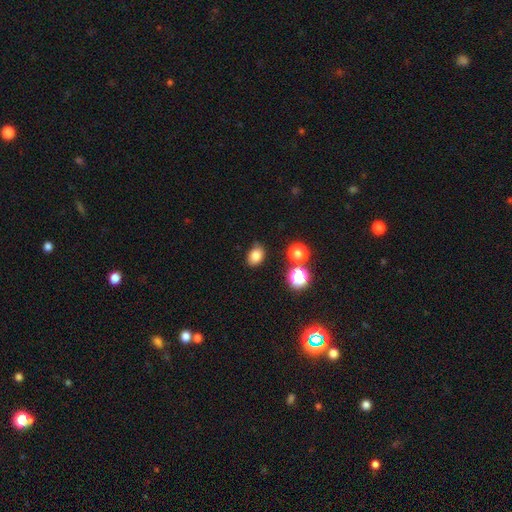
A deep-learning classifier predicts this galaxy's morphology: A smooth galaxy with no disk features (81%) that is in between round and cigar-shaped (68%).

Vote fractions:
- Smooth or featured? smooth: 81% / star or artifact: 13% / featured or disk: 6%
- How rounded? in between: 68% / round: 31% / cigar-shaped: 1%
- Merging? none: 77% / minor disturbance: 17% / major disturbance: 3% / merger: 3%